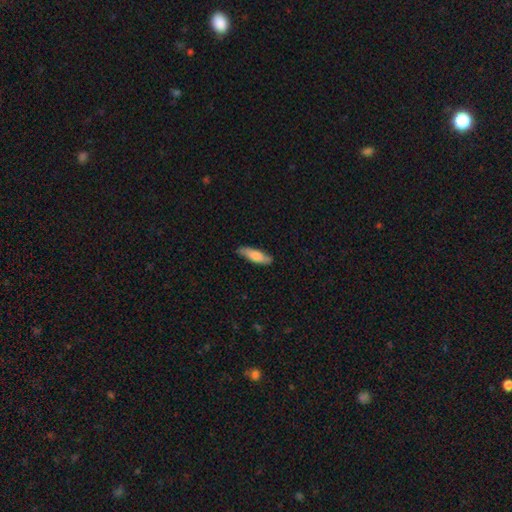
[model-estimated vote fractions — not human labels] smooth-or-featured: smooth: 74% | featured or disk: 20% | star or artifact: 5%
  how-rounded: cigar-shaped: 57% | in between: 41% | round: 2%
  merging: none: 81% | minor disturbance: 15% | major disturbance: 2% | merger: 1%